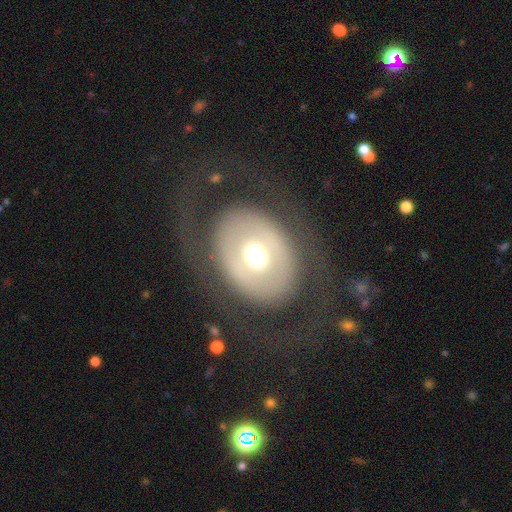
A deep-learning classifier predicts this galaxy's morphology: type=featured or disk (49%); merging=none (69%).